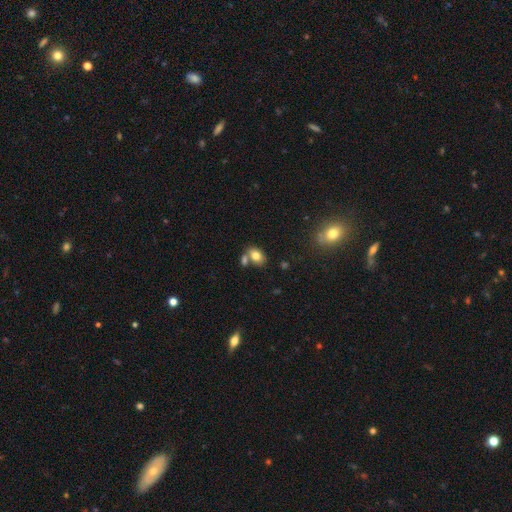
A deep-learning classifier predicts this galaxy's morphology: smooth_or_featured: smooth (p=0.79) [alt: featured or disk p=0.11]
how_rounded: in between (p=0.79) [alt: round p=0.20]
merging: none (p=0.55) [alt: merger p=0.29]